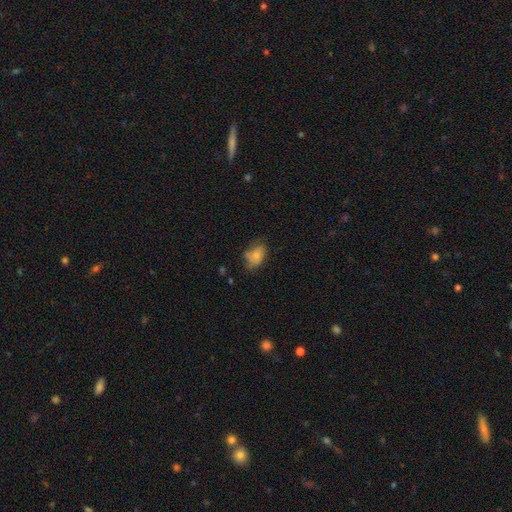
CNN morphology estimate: Smooth or featured? Predicted: smooth (p=0.66). How rounded? Predicted: in between (p=0.84). Merging? Predicted: none (p=0.49).